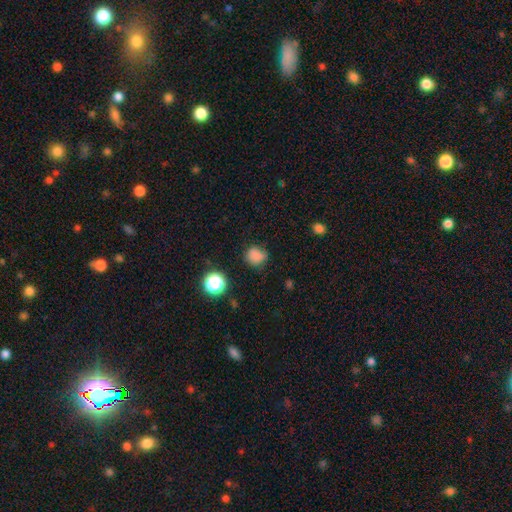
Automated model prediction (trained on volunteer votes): Smooth or featured? smooth (79%)
How rounded? round (76%)
Merging? none (69%)